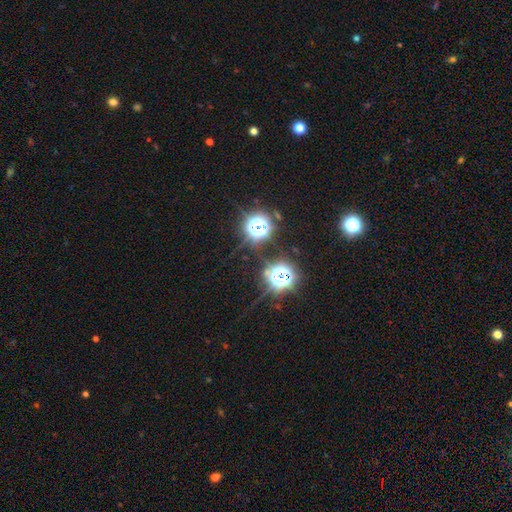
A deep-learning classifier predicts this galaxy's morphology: A star or artifact, not a galaxy (73%).